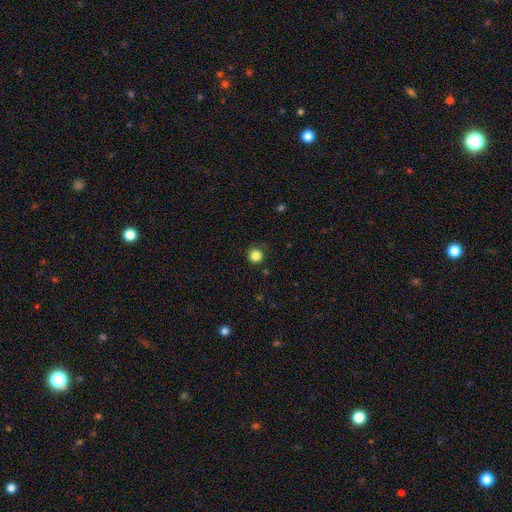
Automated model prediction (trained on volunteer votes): Smooth or featured? smooth (85%)
How rounded? round (95%)
Merging? none (83%)